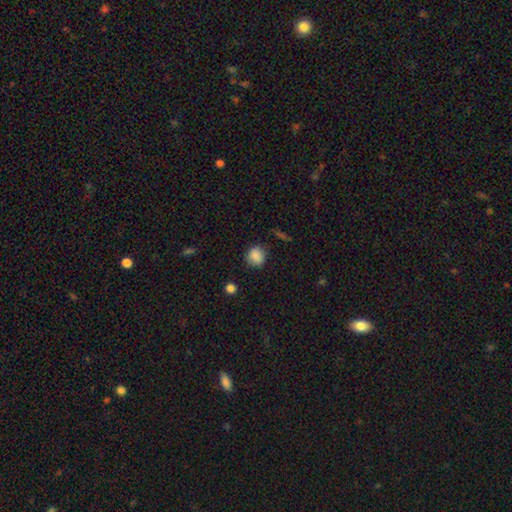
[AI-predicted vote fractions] Smooth or featured?
  - smooth: 86% *
  - star or artifact: 10%
  - featured or disk: 5%
How rounded?
  - round: 76% *
  - in between: 22%
  - cigar-shaped: 1%
Merging?
  - none: 79% *
  - minor disturbance: 15%
  - major disturbance: 4%
  - merger: 2%